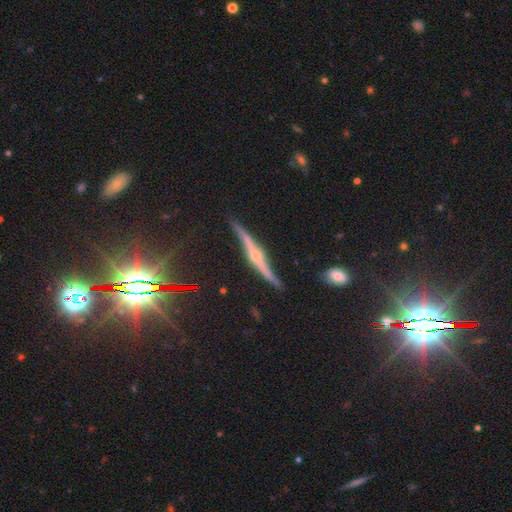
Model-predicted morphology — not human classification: Smooth or featured? featured or disk (80%)
Edge-on disk? yes (95%)
Edge-on bulge? rounded (76%)
Merging? none (81%)